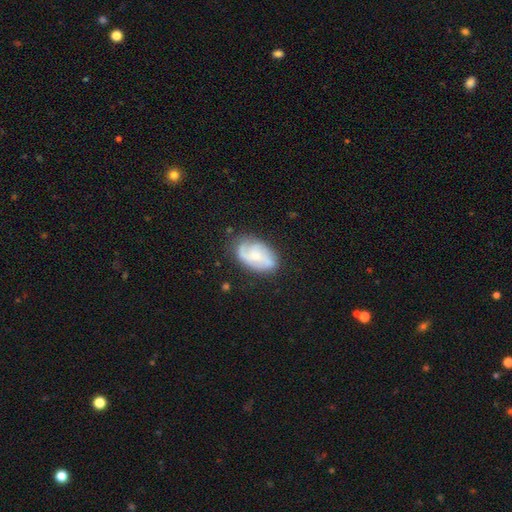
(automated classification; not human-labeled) Smooth or featured? featured or disk (64%)
Edge-on disk? no (97%)
Bar? no (64%)
Spiral arms? yes (87%)
Spiral winding? medium (43%)
Spiral arm count? 2 (41%)
Bulge size? small (45%)
Merging? none (66%)